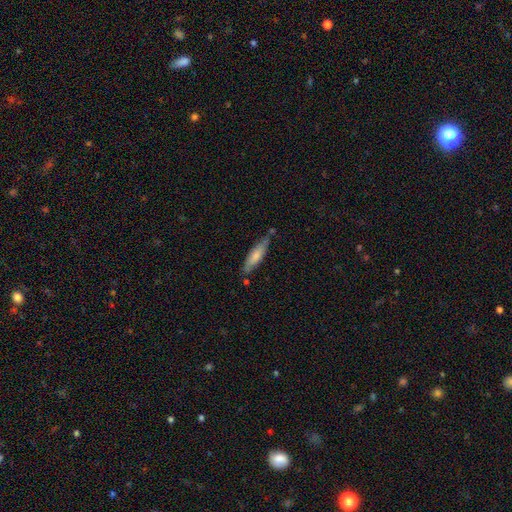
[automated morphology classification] Smooth or featured: smooth — 71% (featured or disk — 23%)
How rounded: cigar-shaped — 71% (in between — 28%)
Merging: none — 68% (minor disturbance — 22%)